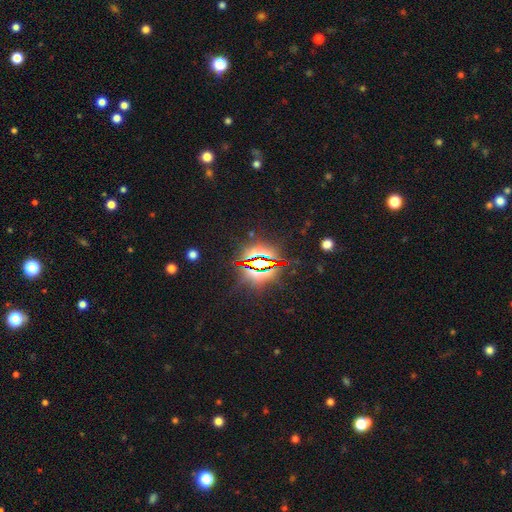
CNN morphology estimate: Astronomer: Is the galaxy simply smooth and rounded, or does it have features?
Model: star or artifact — 84%.